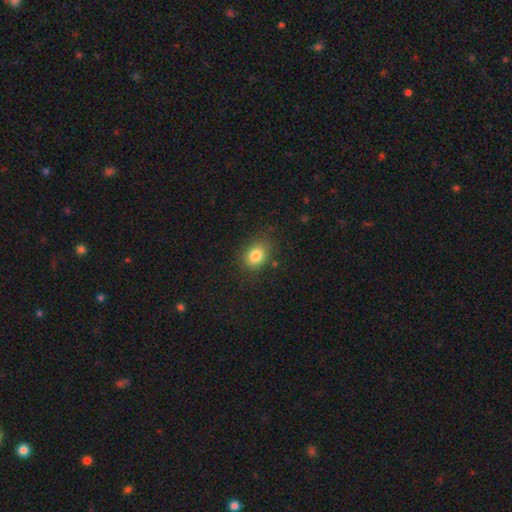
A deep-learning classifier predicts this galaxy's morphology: smooth 83%, star or artifact 11%, featured or disk 7%. Down the decision tree: how rounded — in between (60%); merging — none (81%).